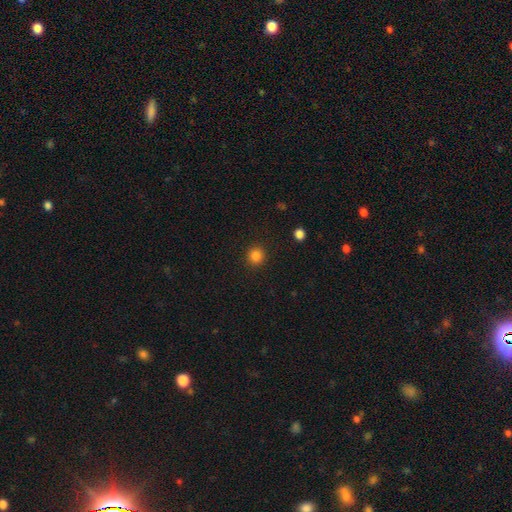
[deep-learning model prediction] A smooth galaxy with no disk features (84%) that is round (92%). Merging: none (91%).